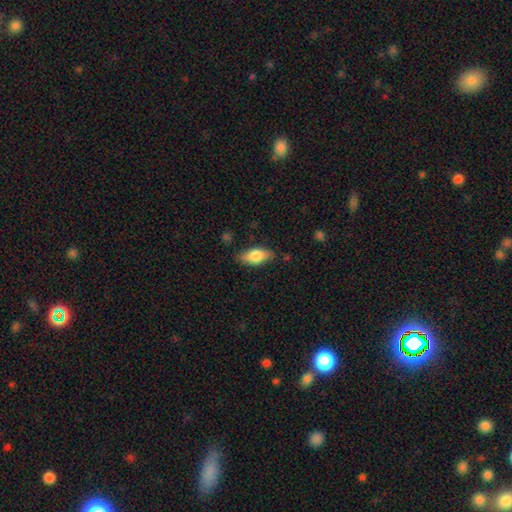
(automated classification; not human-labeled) smooth_or_featured: smooth (p=0.74) [alt: featured or disk p=0.20]
how_rounded: in between (p=0.86) [alt: cigar-shaped p=0.10]
merging: none (p=0.79) [alt: minor disturbance p=0.16]